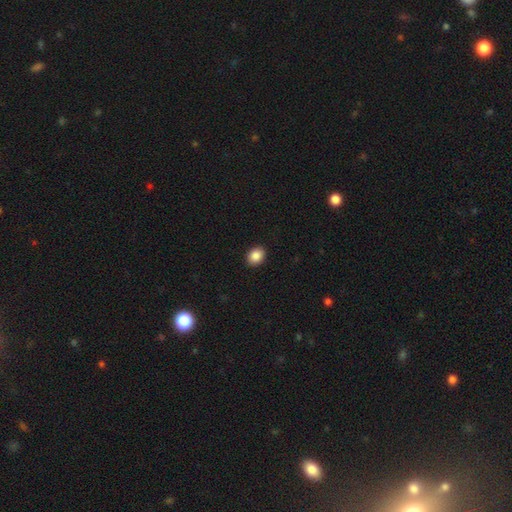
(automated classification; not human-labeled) A smooth galaxy with no disk features (88%) that is in between round and cigar-shaped (53%).

Vote fractions:
- Smooth or featured? smooth: 88% / star or artifact: 9% / featured or disk: 3%
- How rounded? in between: 53% / round: 46% / cigar-shaped: 1%
- Merging? none: 92% / minor disturbance: 6% / major disturbance: 2% / merger: 1%